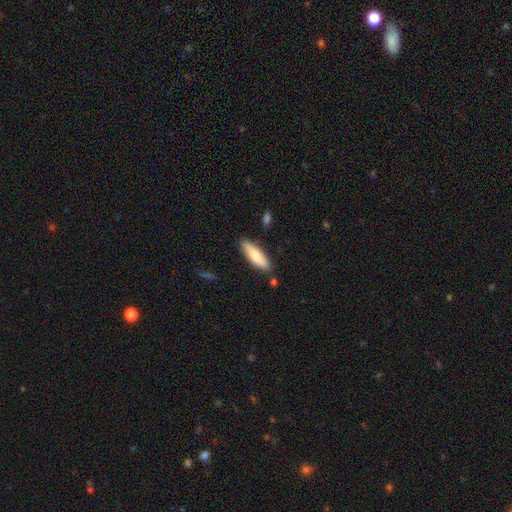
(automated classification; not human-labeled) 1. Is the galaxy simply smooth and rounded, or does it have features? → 80% smooth, 14% featured or disk, 6% star or artifact.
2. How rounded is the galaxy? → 49% cigar-shaped (tied), 49% in between (tied), 2% round.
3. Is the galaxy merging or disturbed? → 83% none, 12% minor disturbance, 3% merger, 2% major disturbance.